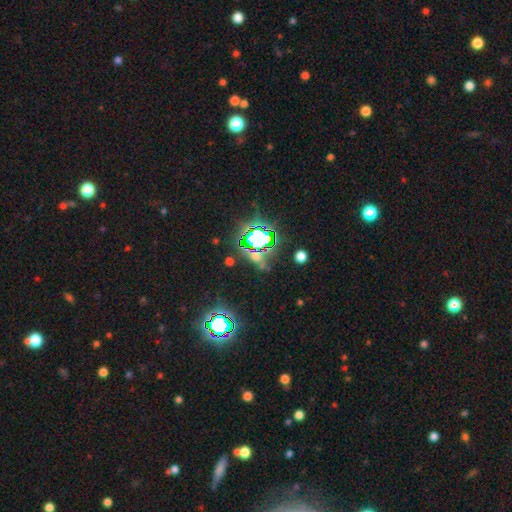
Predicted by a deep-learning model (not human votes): This is likely a star or artifact rather than a galaxy (67%).